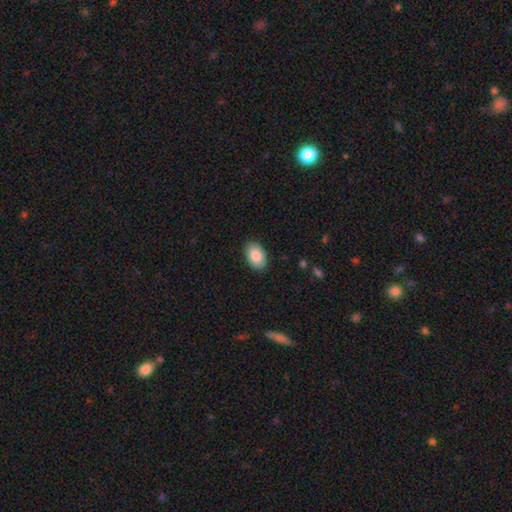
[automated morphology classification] smooth_or_featured: smooth (p=0.87) [alt: star or artifact p=0.07]
how_rounded: in between (p=0.91) [alt: round p=0.08]
merging: none (p=0.88) [alt: minor disturbance p=0.09]